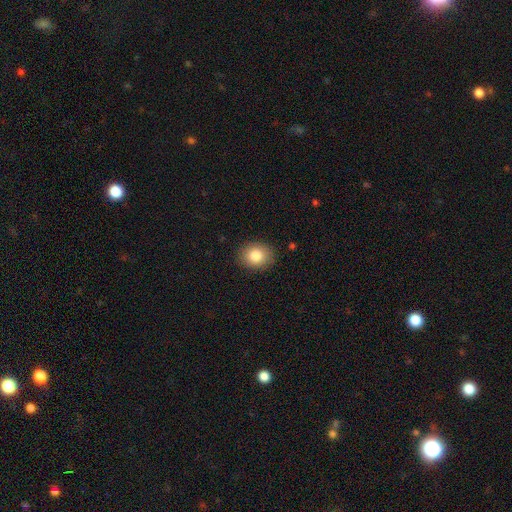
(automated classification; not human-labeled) Morphology: type=smooth (83%); roundness=round (54%); merging=none (89%).